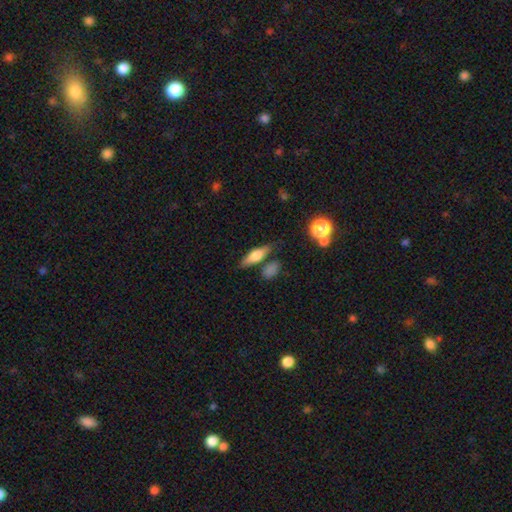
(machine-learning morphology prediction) smooth-or-featured: smooth: 54% | featured or disk: 38% | star or artifact: 8%
  how-rounded: cigar-shaped: 49% | in between: 46% | round: 5%
  merging: none: 71% | minor disturbance: 15% | merger: 9% | major disturbance: 5%